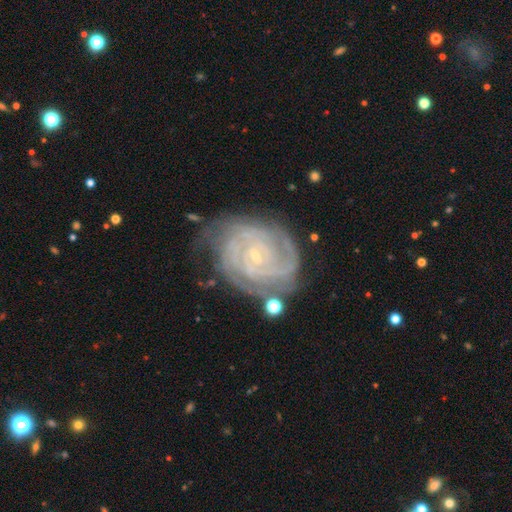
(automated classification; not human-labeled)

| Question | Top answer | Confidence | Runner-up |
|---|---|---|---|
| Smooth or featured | featured or disk | 87% | smooth (6%) |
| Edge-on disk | no | 97% | yes (3%) |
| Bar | no | 60% | weak (31%) |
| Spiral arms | yes | 97% | no (3%) |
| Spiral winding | tight | 77% | medium (19%) |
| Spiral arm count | can't tell | 29% | 2 (21%) |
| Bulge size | small | 84% | moderate (10%) |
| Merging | none | 63% | minor disturbance (23%) |